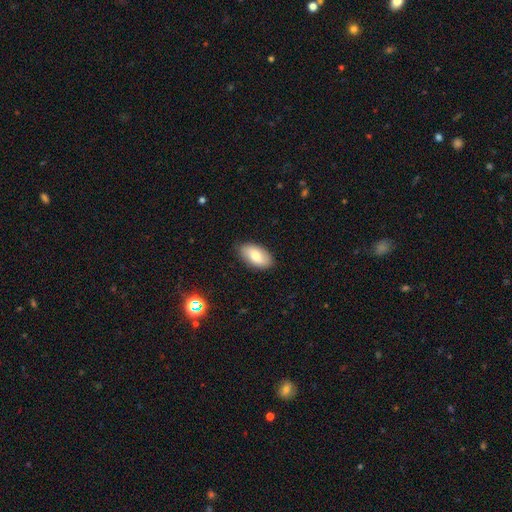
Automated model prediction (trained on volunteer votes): Smooth or featured? Predicted: smooth (p=0.75). How rounded? Predicted: in between (p=0.94). Merging? Predicted: none (p=0.85).